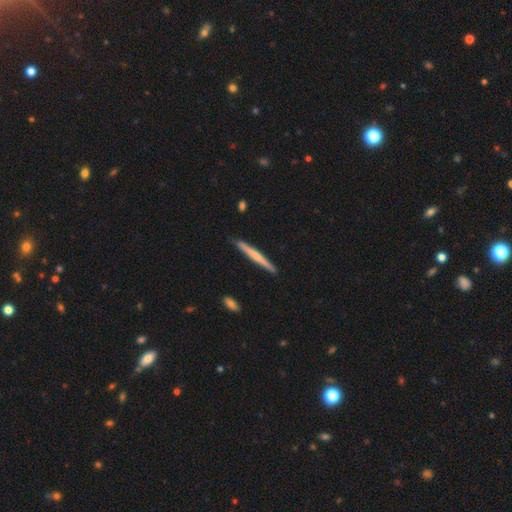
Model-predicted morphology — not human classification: The model was most divided on "smooth or featured": smooth: 53%, featured or disk: 42%, star or artifact: 5%. More confident: how rounded — cigar-shaped (97%); merging — none (91%).